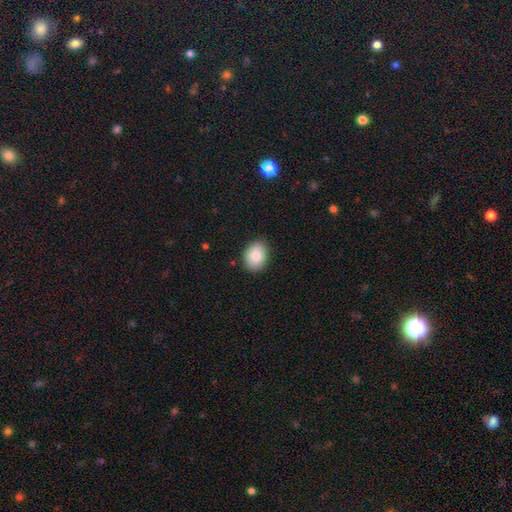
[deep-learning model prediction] Q: Smooth or featured?
A: smooth (84%); runner-up: featured or disk (8%)
Q: How rounded?
A: in between (60%); runner-up: round (39%)
Q: Merging?
A: none (85%); runner-up: minor disturbance (12%)